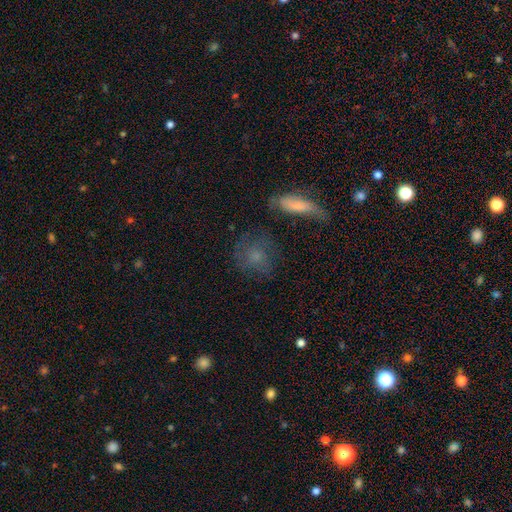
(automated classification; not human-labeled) Smooth or featured? smooth (58%)
How rounded? round (68%)
Merging? none (62%)